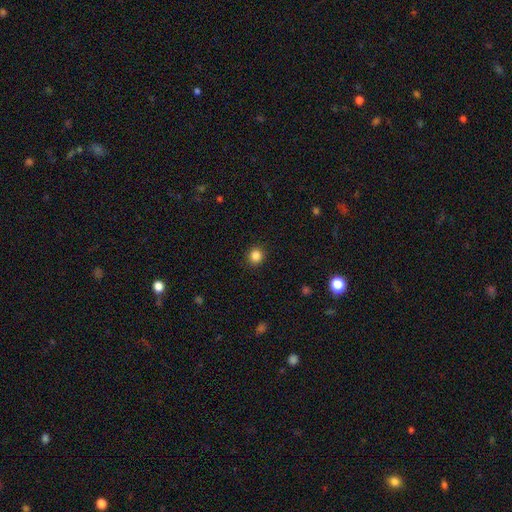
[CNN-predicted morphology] This appears to be a smooth galaxy with no disk features (85%) that is round (90%). Merging: none (91%).